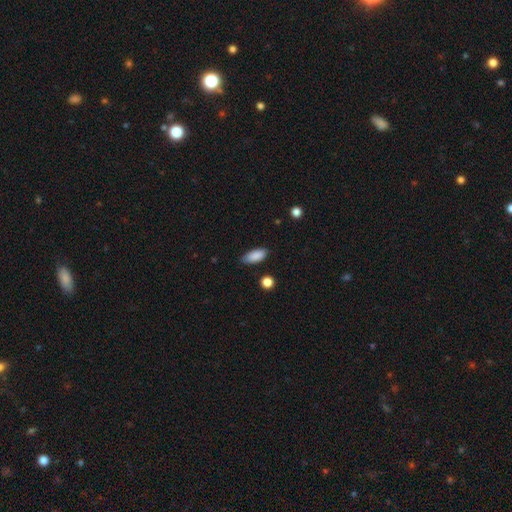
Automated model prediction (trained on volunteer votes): smooth_or_featured: smooth (p=0.88) [alt: star or artifact p=0.07]
how_rounded: in between (p=0.84) [alt: cigar-shaped p=0.13]
merging: none (p=0.79) [alt: minor disturbance p=0.17]